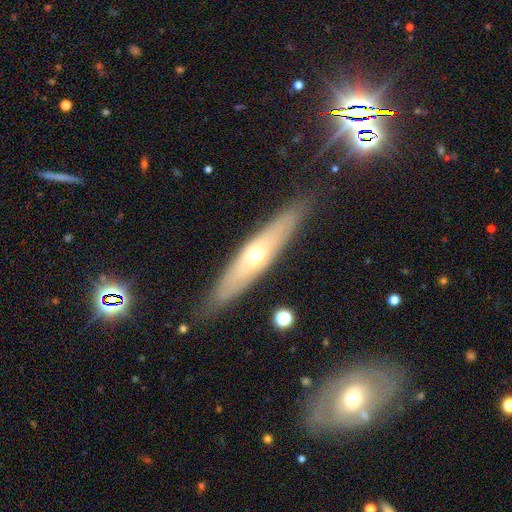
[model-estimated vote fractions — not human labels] smooth-or-featured: featured or disk: 58% | smooth: 35% | star or artifact: 7%
  disk-edge-on: yes: 64% | no: 36%
  merging: none: 83% | minor disturbance: 12% | major disturbance: 3% | merger: 1%